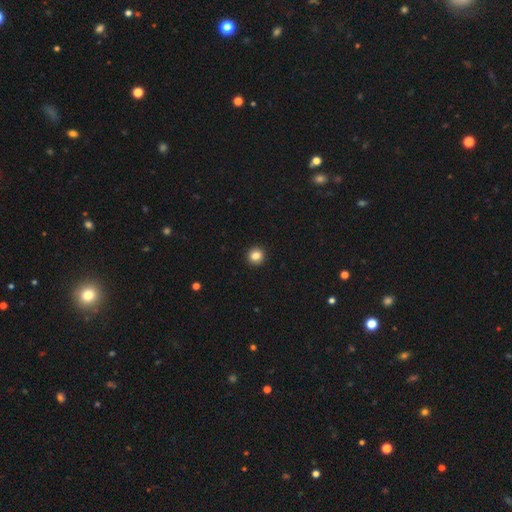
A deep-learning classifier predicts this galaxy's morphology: Overall: smooth (84%). How rounded: round (92%). Merging: none (93%).